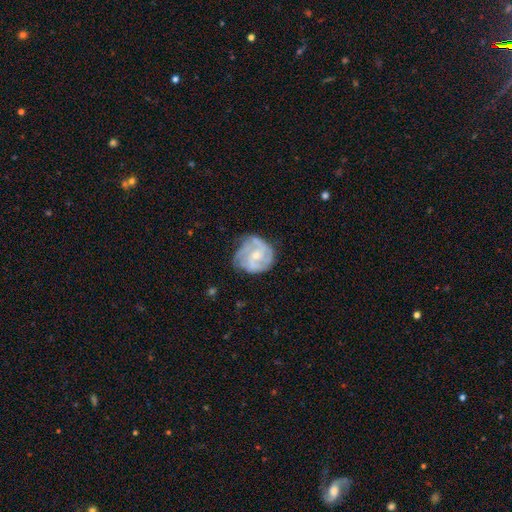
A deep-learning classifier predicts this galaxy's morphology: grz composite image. It shows a featured or disk galaxy (79%) with no bar (61%), 3 (35%) tight (48%) spiral arms (91%) and a small central bulge (56%). Merging: none (59%).